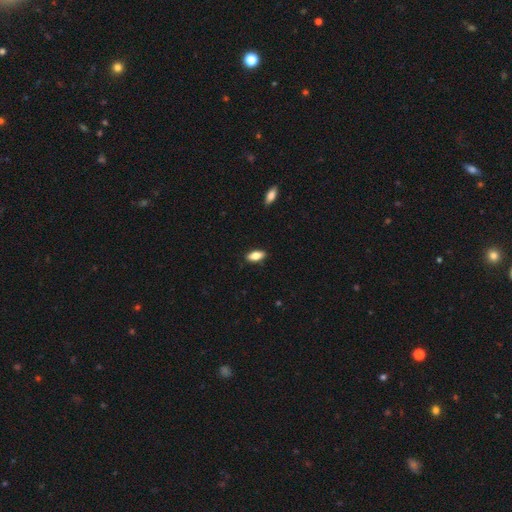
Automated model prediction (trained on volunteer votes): Morphology: type=smooth (80%); roundness=in between (85%); merging=none (88%).